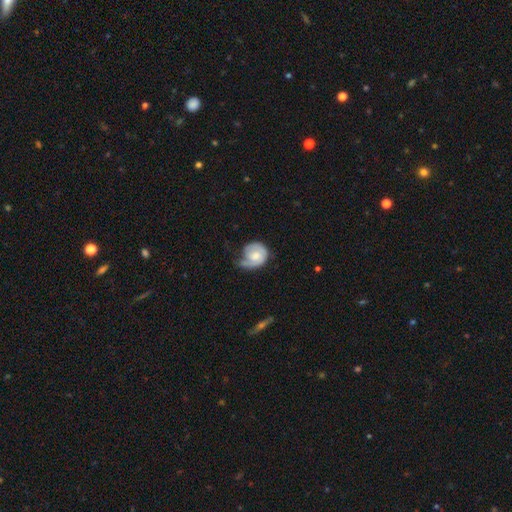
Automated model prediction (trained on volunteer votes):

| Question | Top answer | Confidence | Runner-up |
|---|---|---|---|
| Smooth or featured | featured or disk | 52% | smooth (42%) |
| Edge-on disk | no | 97% | yes (3%) |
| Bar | no | 71% | weak (25%) |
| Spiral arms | yes | 79% | no (21%) |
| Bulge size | moderate | 53% | small (28%) |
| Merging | none | 35% | minor disturbance (34%) |